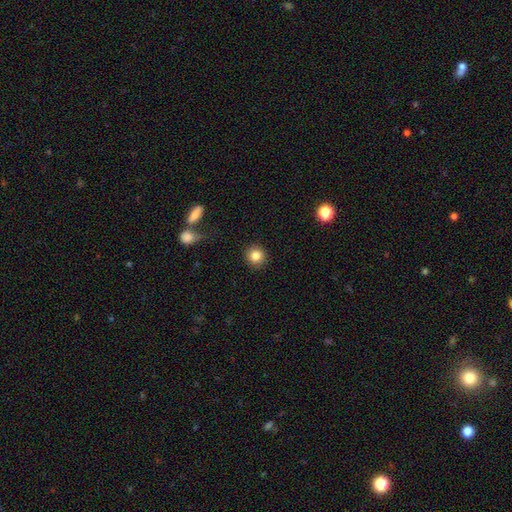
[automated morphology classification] This appears to be a smooth galaxy with no disk features (84%) that is round (92%). Merging: none (89%).